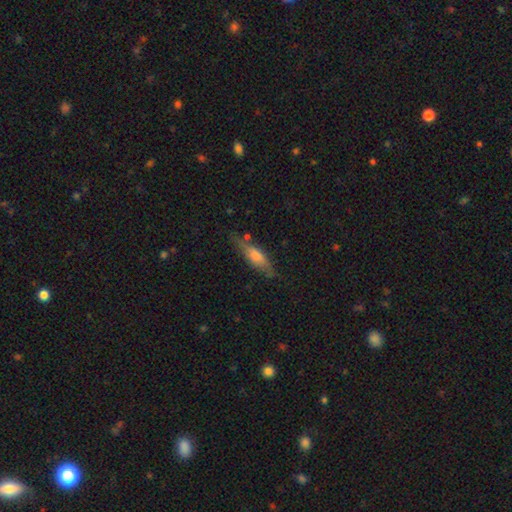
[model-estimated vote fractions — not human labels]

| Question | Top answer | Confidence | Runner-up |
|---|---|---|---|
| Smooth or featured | smooth | 49% | featured or disk (44%) |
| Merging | none | 72% | minor disturbance (20%) |